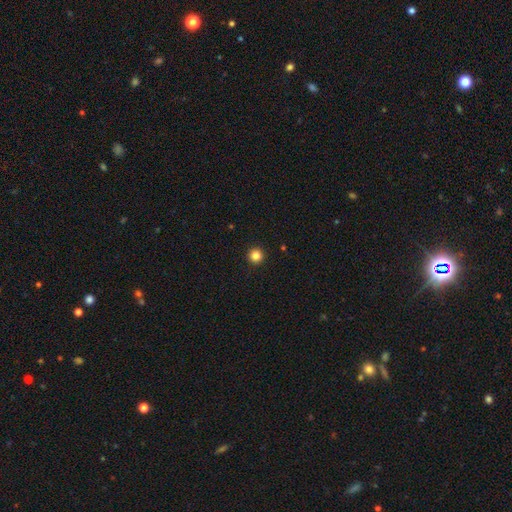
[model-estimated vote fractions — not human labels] Smooth or featured? smooth (84%)
How rounded? round (96%)
Merging? none (94%)